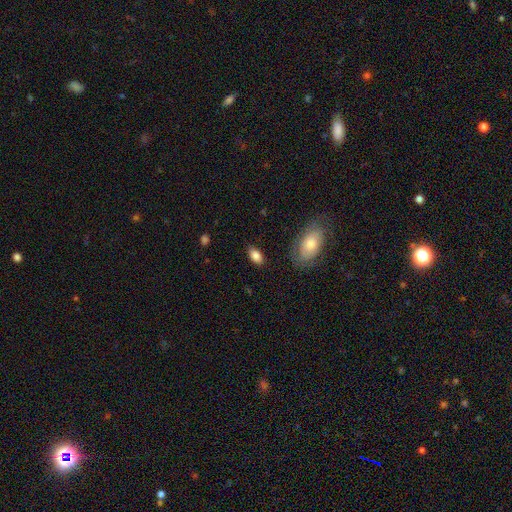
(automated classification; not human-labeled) Smooth or featured: smooth — 83% (featured or disk — 9%)
How rounded: in between — 91% (round — 5%)
Merging: none — 84% (minor disturbance — 11%)